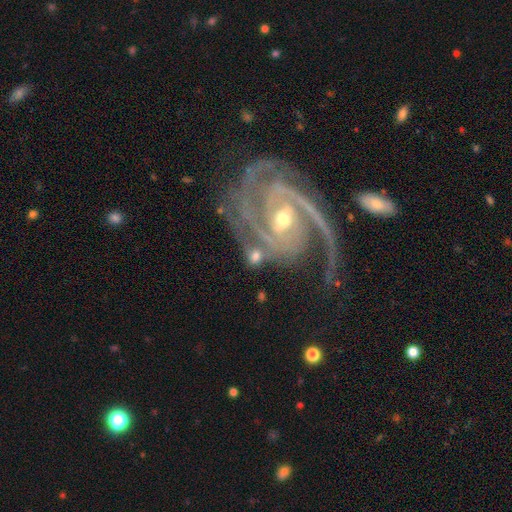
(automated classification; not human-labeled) Smooth or featured? featured or disk (58%)
Edge-on disk? no (94%)
Bar? weak (37%)
Spiral arms? yes (85%)
Bulge size? moderate (58%)
Merging? none (54%)